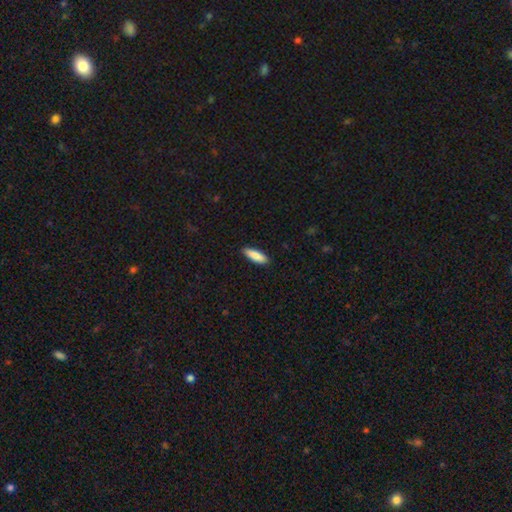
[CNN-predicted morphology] Smooth or featured?
  - smooth: 86% *
  - featured or disk: 8%
  - star or artifact: 5%
How rounded?
  - cigar-shaped: 50% *
  - in between: 48%
  - round: 2%
Merging?
  - none: 90% *
  - minor disturbance: 8%
  - major disturbance: 2%
  - merger: 1%